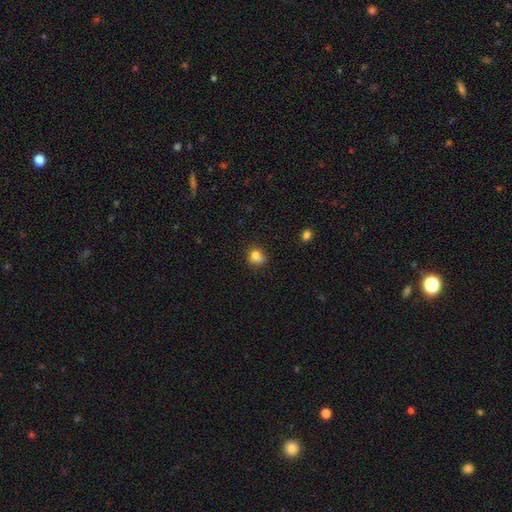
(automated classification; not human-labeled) This appears to be a smooth galaxy with no disk features (81%) that is round (78%). Merging: none (63%).